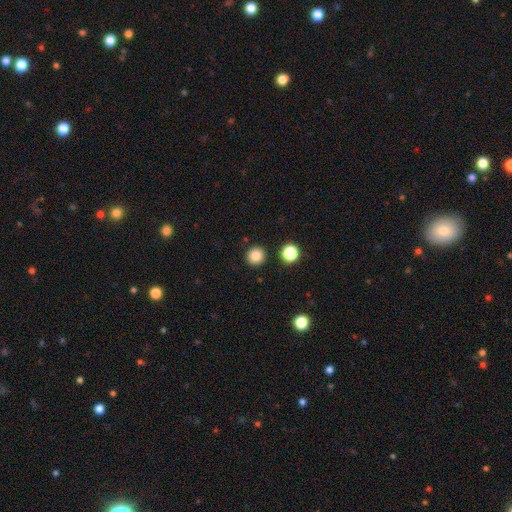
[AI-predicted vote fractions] Q: Smooth or featured?
A: smooth (85%); runner-up: star or artifact (11%)
Q: How rounded?
A: round (94%); runner-up: in between (5%)
Q: Merging?
A: none (91%); runner-up: minor disturbance (5%)